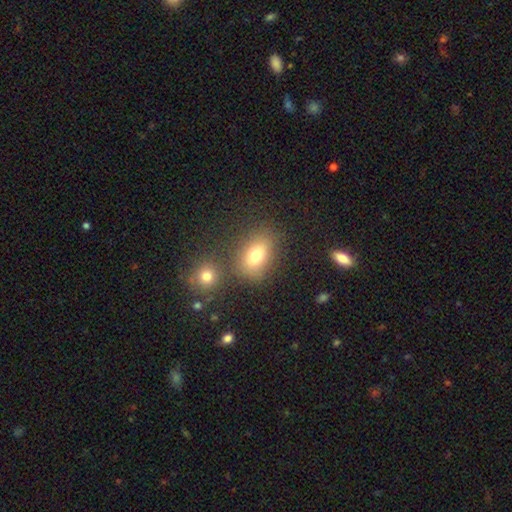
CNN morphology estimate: smooth-or-featured: smooth: 76% | star or artifact: 13% | featured or disk: 11%
  how-rounded: in between: 72% | round: 26% | cigar-shaped: 2%
  merging: none: 70% | merger: 14% | minor disturbance: 12% | major disturbance: 5%